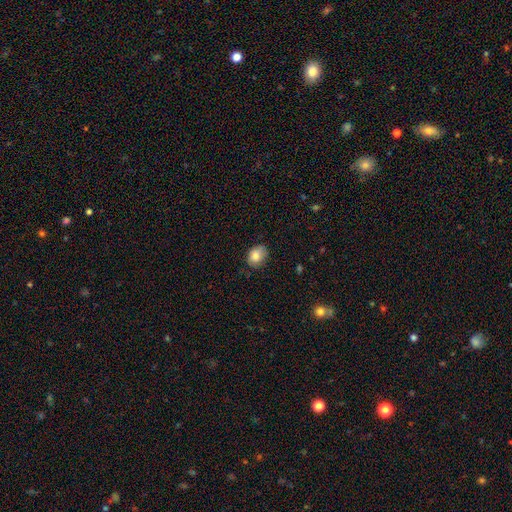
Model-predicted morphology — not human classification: This appears to be a smooth galaxy with no disk features (82%) that is in between round and cigar-shaped (63%). Merging: none (73%).